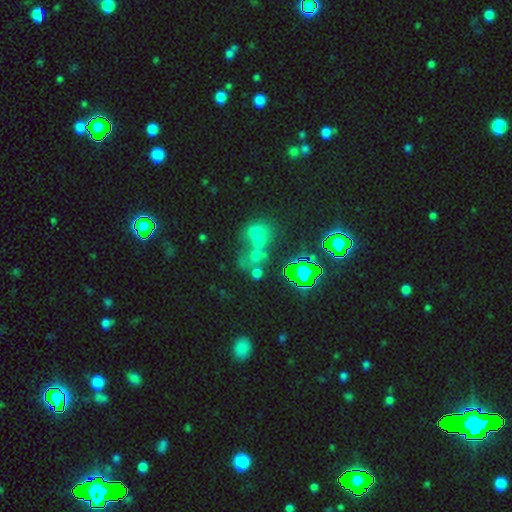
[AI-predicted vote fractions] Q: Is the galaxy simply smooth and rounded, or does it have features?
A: smooth — 41%.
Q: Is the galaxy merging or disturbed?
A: merger — 52%.